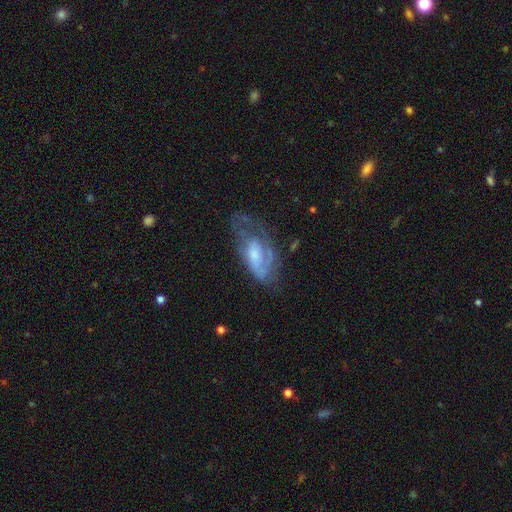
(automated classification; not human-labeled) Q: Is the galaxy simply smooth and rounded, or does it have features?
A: featured or disk — 65%.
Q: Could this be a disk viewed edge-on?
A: no — 92%.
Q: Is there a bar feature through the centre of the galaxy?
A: no — 66%.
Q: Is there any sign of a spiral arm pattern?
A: yes — 72%.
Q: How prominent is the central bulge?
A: moderate — 40%.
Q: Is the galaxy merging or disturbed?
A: none — 40%.